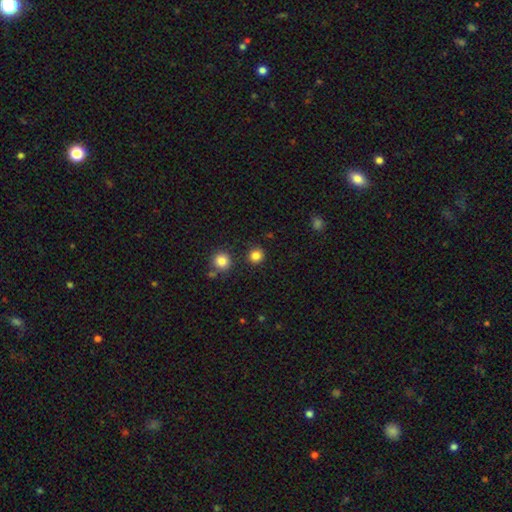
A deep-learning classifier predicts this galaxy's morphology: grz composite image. It shows a smooth galaxy with no disk features (84%) that is round (91%). Merging: none (88%).